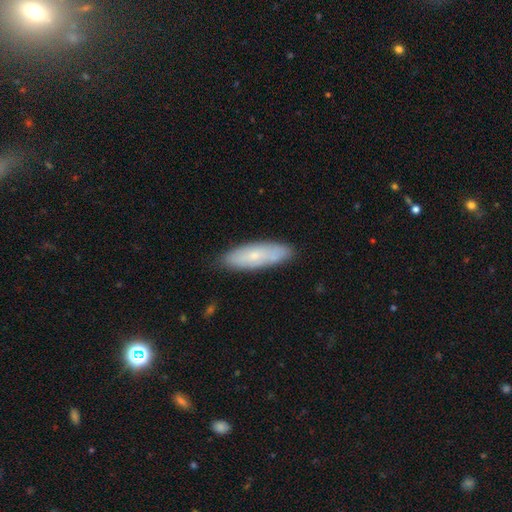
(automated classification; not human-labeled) Smooth or featured? smooth (62%)
How rounded? in between (51%)
Merging? none (83%)